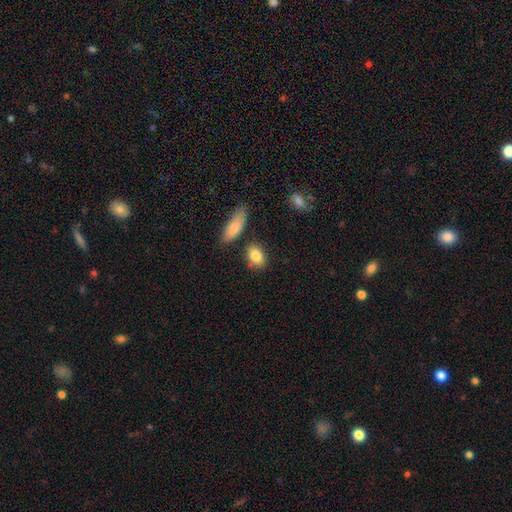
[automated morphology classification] Smooth or featured? Predicted: smooth (p=0.85). How rounded? Predicted: in between (p=0.77). Merging? Predicted: none (p=0.75).